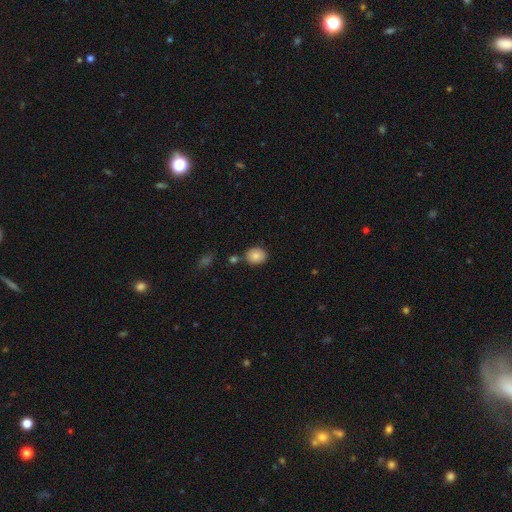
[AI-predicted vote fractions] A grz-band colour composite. It shows a smooth galaxy with no disk features (85%) that is round (59%). Merging: none (76%).